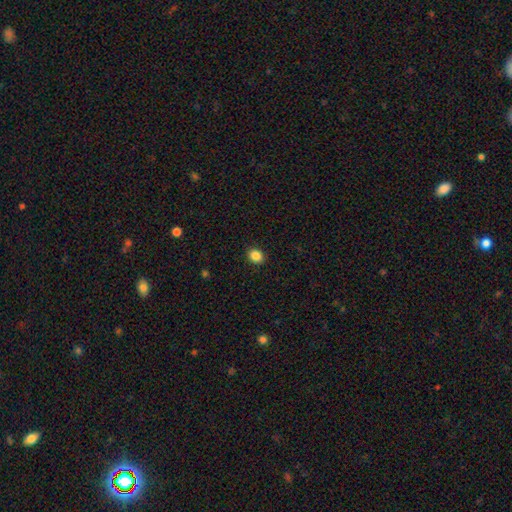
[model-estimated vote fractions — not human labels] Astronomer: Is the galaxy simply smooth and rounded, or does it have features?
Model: smooth — 86%.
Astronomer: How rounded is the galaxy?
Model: round — 56% (runner-up: in between, 43%).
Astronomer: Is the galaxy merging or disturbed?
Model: none — 91%.